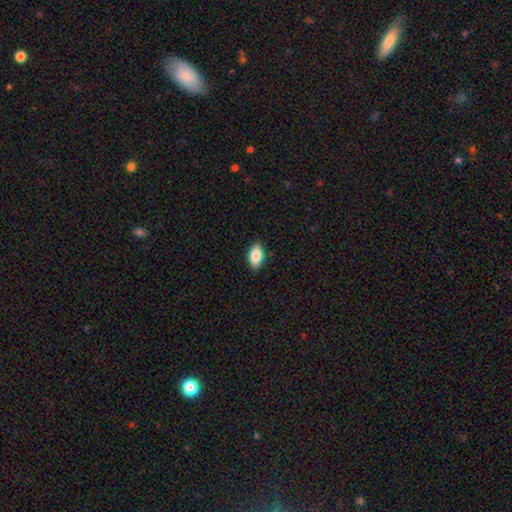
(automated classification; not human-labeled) smooth 85%, featured or disk 8%, star or artifact 7%. Down the decision tree: how rounded — in between (92%); merging — none (87%).